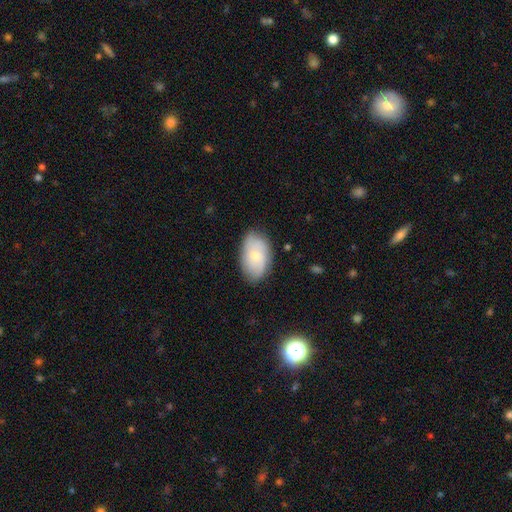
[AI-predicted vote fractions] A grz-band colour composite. It shows a smooth galaxy with no disk features (53%) that is in between round and cigar-shaped (92%). Merging: none (77%).